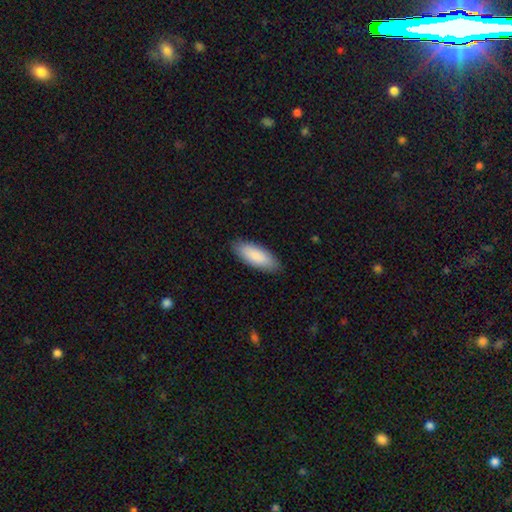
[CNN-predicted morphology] A smooth galaxy with no disk features (88%) that is in between round and cigar-shaped (75%). Merging: none (87%).